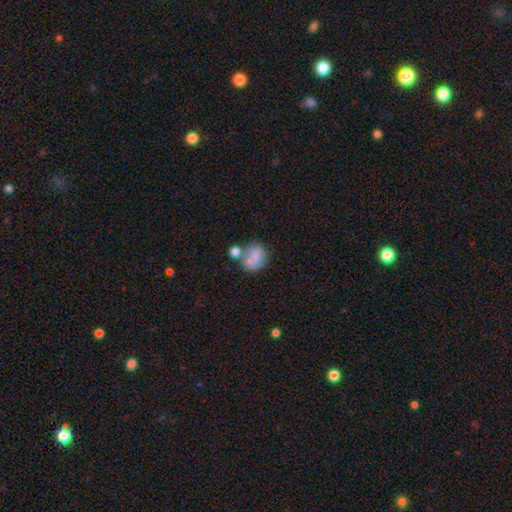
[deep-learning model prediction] Smooth or featured? smooth (73%)
How rounded? round (64%)
Merging? none (43%)